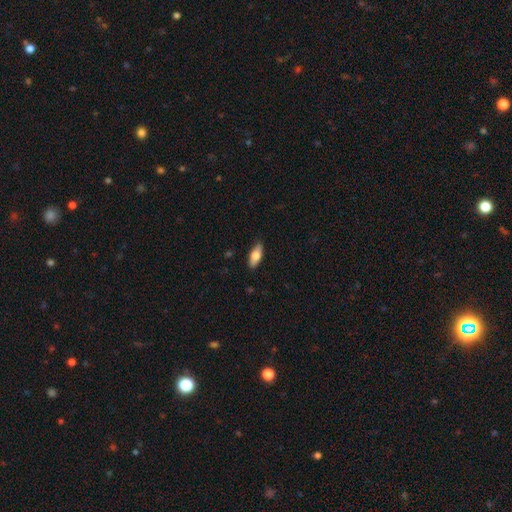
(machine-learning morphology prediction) type=smooth (69%); roundness=in between (75%); merging=none (88%).